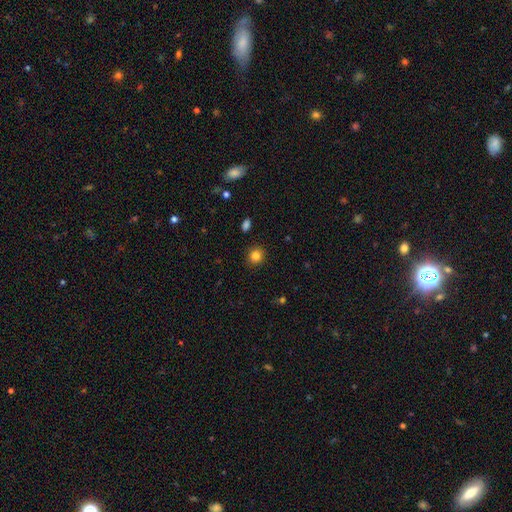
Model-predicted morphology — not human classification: This appears to be a smooth galaxy with no disk features (84%) that is round (84%). Merging: none (90%).